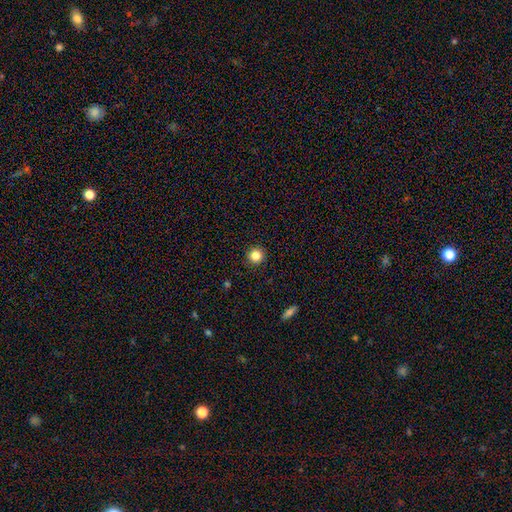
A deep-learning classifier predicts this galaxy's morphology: smooth_or_featured: smooth (p=0.84) [alt: star or artifact p=0.11]
how_rounded: round (p=0.96) [alt: in between p=0.04]
merging: none (p=0.93) [alt: minor disturbance p=0.05]